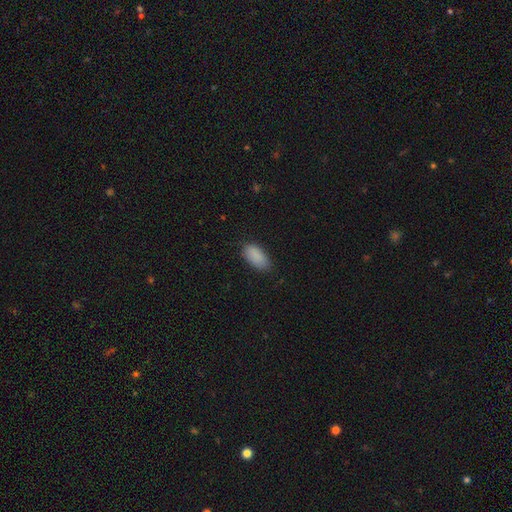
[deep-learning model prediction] Smooth or featured: smooth — 89% (star or artifact — 7%)
How rounded: in between — 92% (cigar-shaped — 5%)
Merging: none — 80% (minor disturbance — 16%)